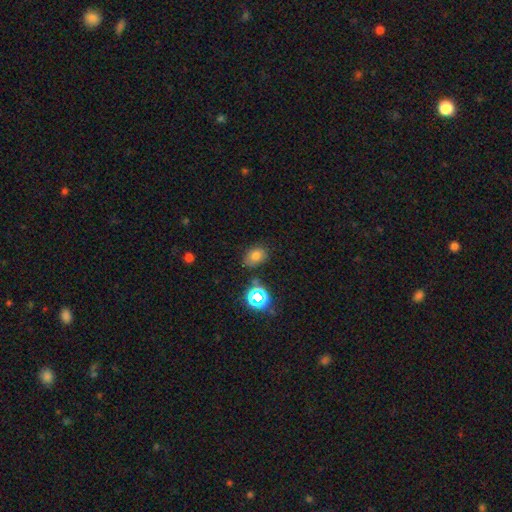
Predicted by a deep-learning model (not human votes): Q: Smooth or featured?
A: smooth (71%); runner-up: star or artifact (20%)
Q: How rounded?
A: in between (70%); runner-up: round (29%)
Q: Merging?
A: none (77%); runner-up: minor disturbance (15%)